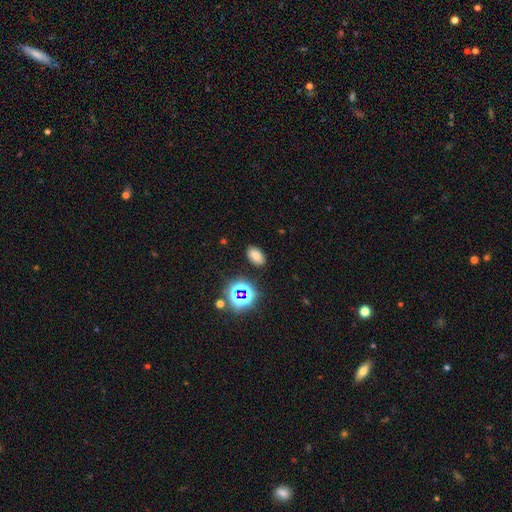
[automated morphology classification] The model was most divided on "smooth or featured": smooth: 70%, star or artifact: 21%, featured or disk: 9%. More confident: how rounded — in between (89%); merging — none (85%).